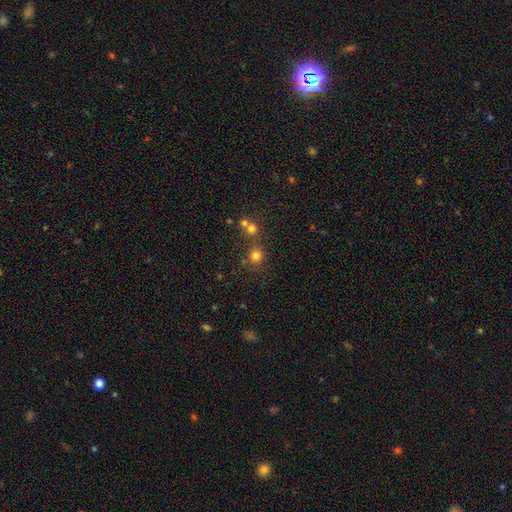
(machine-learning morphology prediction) A smooth galaxy with no disk features (76%) that is round (90%). Merging: none (68%).